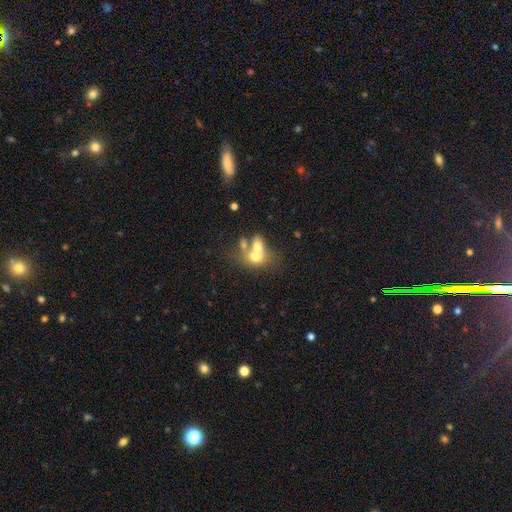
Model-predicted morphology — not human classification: smooth_or_featured: smooth (p=0.64) [alt: featured or disk p=0.25]
how_rounded: in between (p=0.61) [alt: round p=0.37]
merging: merger (p=0.66) [alt: none p=0.21]